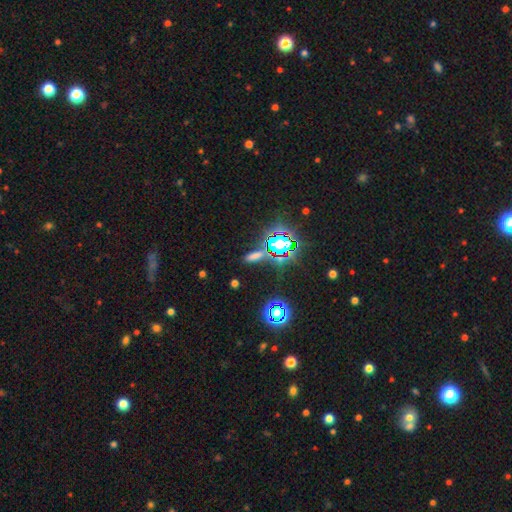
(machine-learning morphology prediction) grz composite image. It shows a smooth galaxy with no disk features (47%). Merging: none (79%).